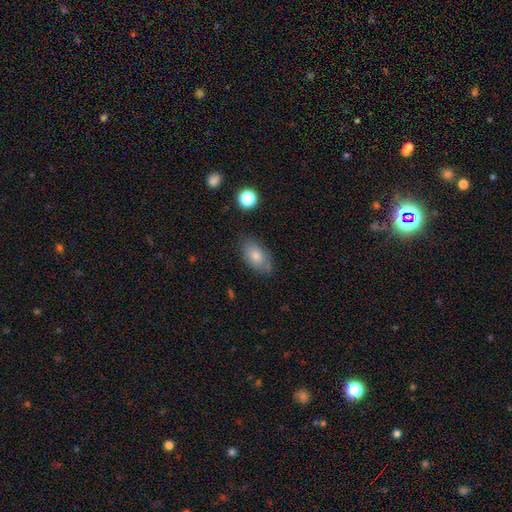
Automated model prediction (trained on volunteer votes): This appears to be a smooth galaxy with no disk features (74%) that is in between round and cigar-shaped (91%). Merging: none (77%).